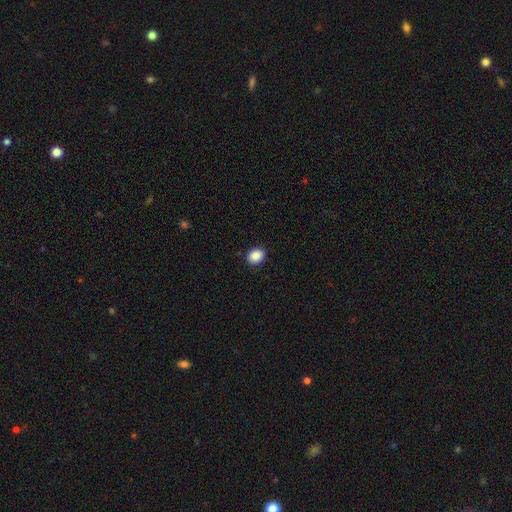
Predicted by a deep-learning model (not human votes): Smooth or featured?
  - smooth: 89% *
  - star or artifact: 8%
  - featured or disk: 3%
How rounded?
  - round: 56% *
  - in between: 43%
  - cigar-shaped: 1%
Merging?
  - none: 91% *
  - minor disturbance: 7%
  - major disturbance: 2%
  - merger: 1%